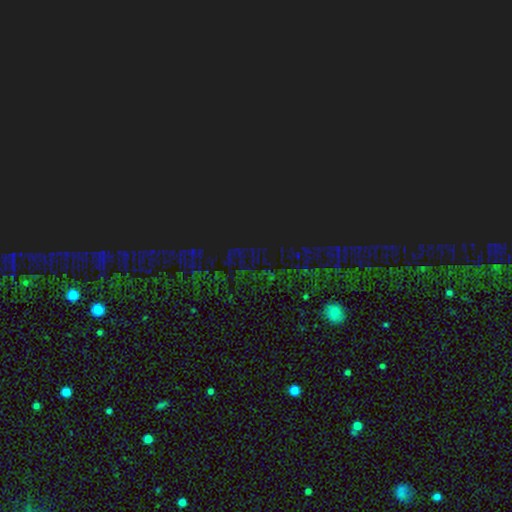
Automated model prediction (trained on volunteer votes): Smooth or featured: star or artifact — 86% (smooth — 9%)